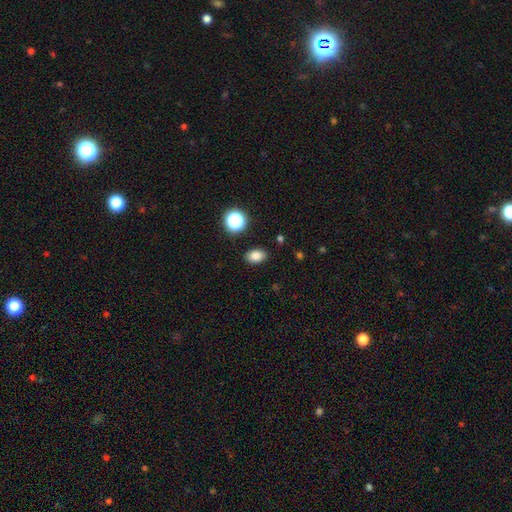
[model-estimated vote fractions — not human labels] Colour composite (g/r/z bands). It shows a smooth galaxy with no disk features (83%) that is in between round and cigar-shaped (81%). Merging: none (88%).